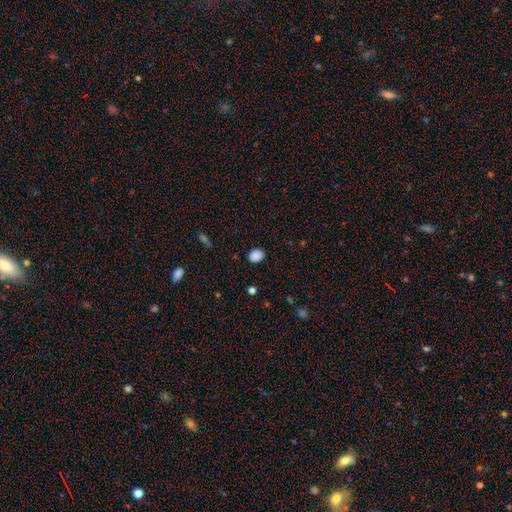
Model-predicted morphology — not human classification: A smooth galaxy with no disk features (87%) that is in between round and cigar-shaped (57%). Merging: none (85%).